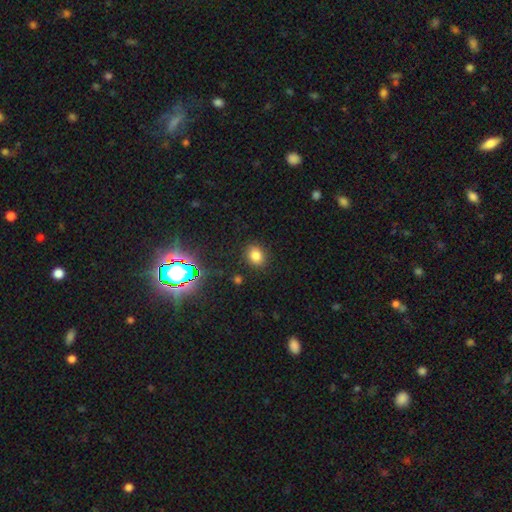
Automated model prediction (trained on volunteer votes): Smooth or featured? Predicted: smooth (p=0.79). How rounded? Predicted: round (p=0.54). Merging? Predicted: none (p=0.86).